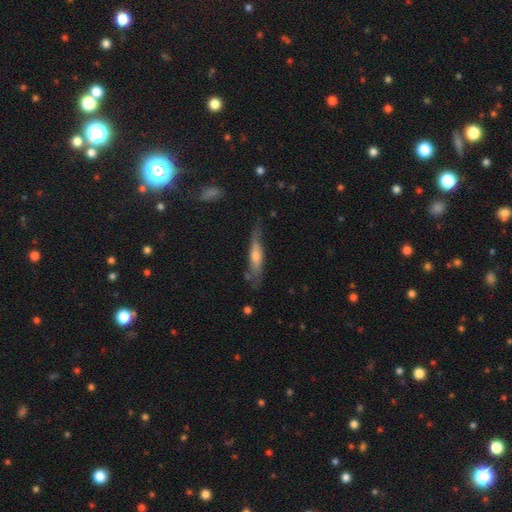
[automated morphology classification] smooth_or_featured: featured or disk (p=0.49) [alt: smooth p=0.45]
merging: none (p=0.63) [alt: minor disturbance p=0.26]